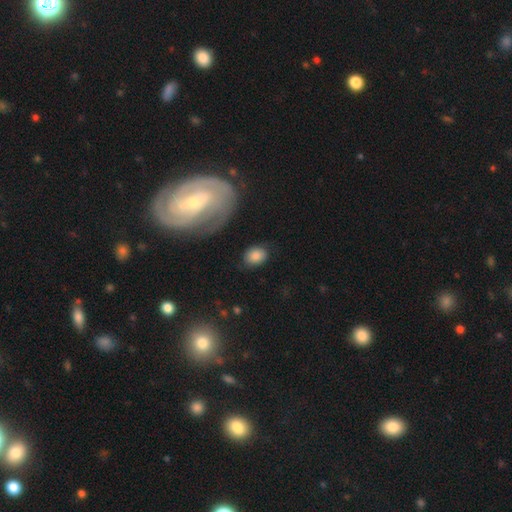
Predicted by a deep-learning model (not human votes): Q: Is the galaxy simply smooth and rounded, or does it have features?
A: smooth — 82%.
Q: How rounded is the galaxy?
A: in between — 66%.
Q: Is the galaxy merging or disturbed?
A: none — 77%.